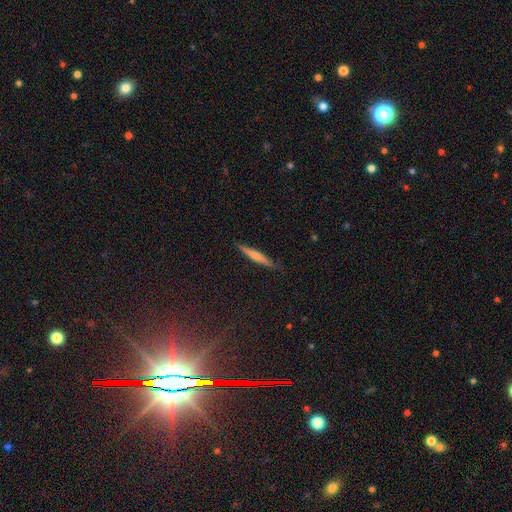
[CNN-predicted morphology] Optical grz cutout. It shows a smooth galaxy with no disk features (51%) that is cigar-shaped (94%). Merging: none (87%).